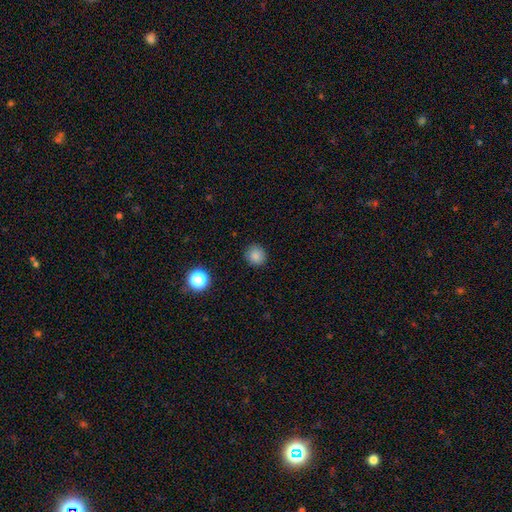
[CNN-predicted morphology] This is clearly a smooth galaxy (85%). How rounded: clearly round (89%). Merging: clearly none (89%).